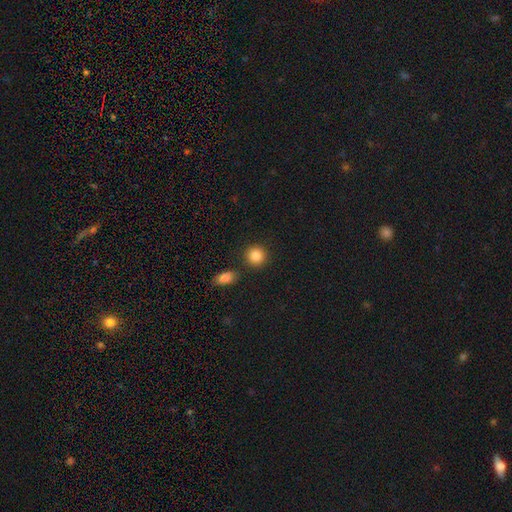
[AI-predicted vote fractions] smooth 87%, star or artifact 9%, featured or disk 4%. Down the decision tree: how rounded — round (90%); merging — none (84%).